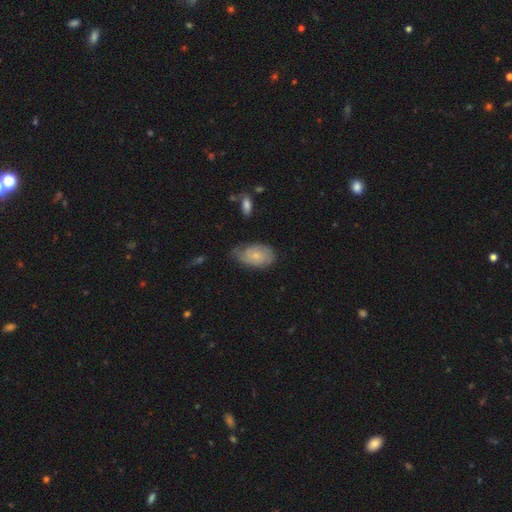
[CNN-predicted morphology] Smooth or featured? featured or disk (51%)
Edge-on disk? no (95%)
Merging? none (54%)